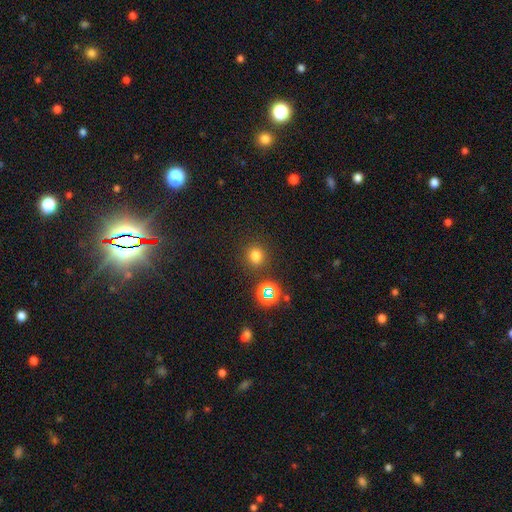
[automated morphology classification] Smooth or featured? Predicted: smooth (p=0.73). How rounded? Predicted: round (p=0.87). Merging? Predicted: none (p=0.86).